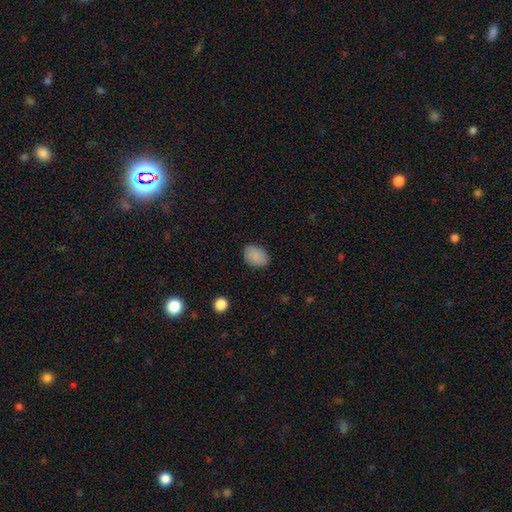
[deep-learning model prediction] This appears to be a smooth galaxy with no disk features (88%) that is in between round and cigar-shaped (73%). Merging: none (84%).